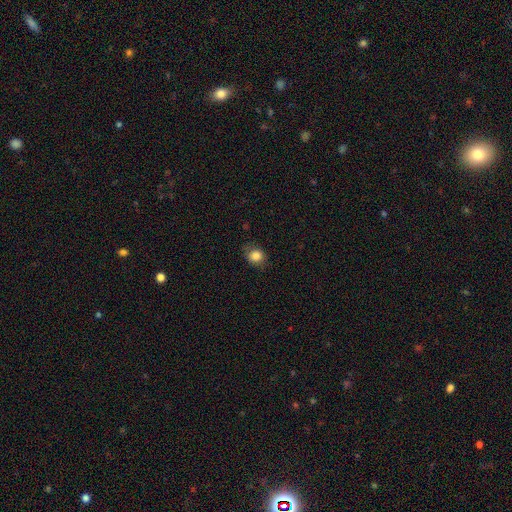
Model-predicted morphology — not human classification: Q: Smooth or featured?
A: smooth (84%); runner-up: star or artifact (10%)
Q: How rounded?
A: round (66%); runner-up: in between (33%)
Q: Merging?
A: none (73%); runner-up: minor disturbance (20%)